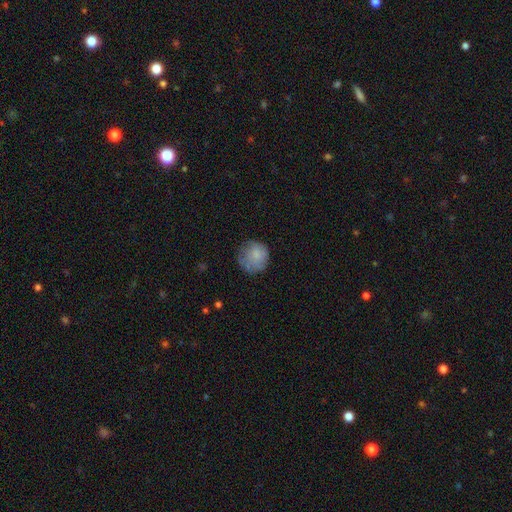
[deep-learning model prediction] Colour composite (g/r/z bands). It shows a smooth galaxy with no disk features (78%) that is round (88%). Merging: none (65%).